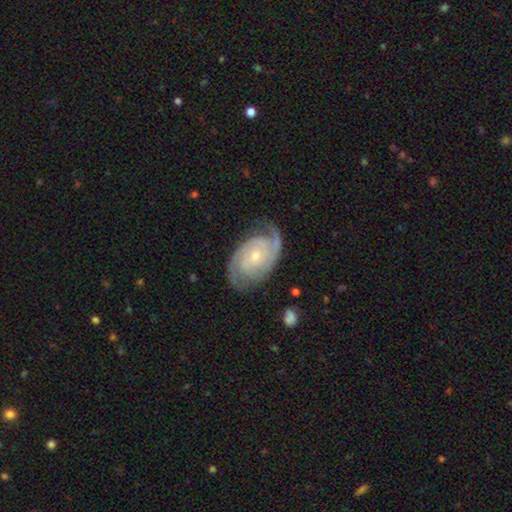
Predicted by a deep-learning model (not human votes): Smooth or featured: featured or disk — 90% (smooth — 6%)
Edge-on disk: no — 97% (yes — 3%)
Bar: no — 68% (weak — 26%)
Spiral arms: yes — 98% (no — 2%)
Spiral winding: tight — 56% (medium — 36%)
Spiral arm count: 2 — 85% (can't tell — 5%)
Bulge size: small — 65% (moderate — 31%)
Merging: none — 77% (minor disturbance — 16%)